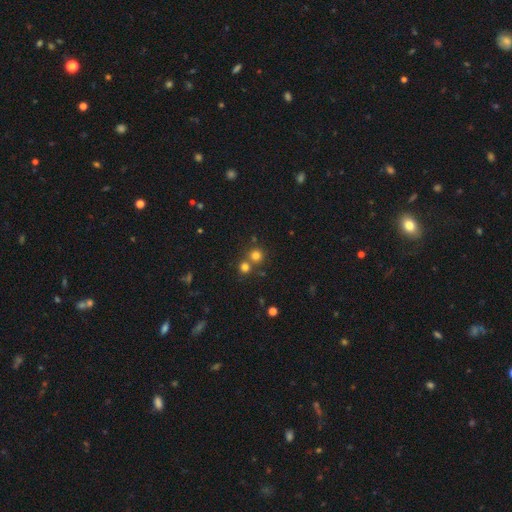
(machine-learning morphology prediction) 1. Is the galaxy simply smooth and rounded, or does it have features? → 75% smooth, 18% star or artifact, 7% featured or disk.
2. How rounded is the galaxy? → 92% round, 7% in between, 1% cigar-shaped.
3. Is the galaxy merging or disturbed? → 66% none, 26% merger, 6% minor disturbance, 2% major disturbance.